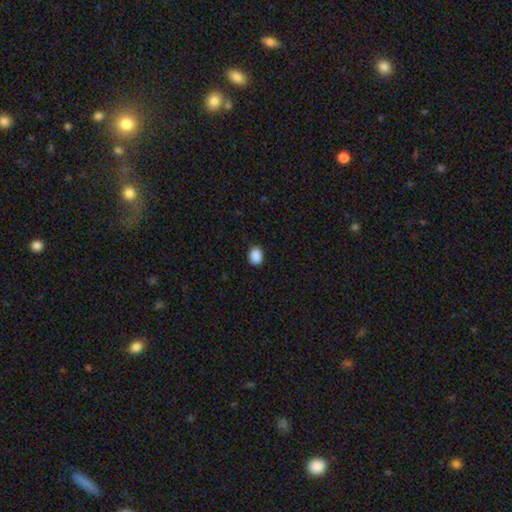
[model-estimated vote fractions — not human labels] smooth-or-featured: smooth: 89% | star or artifact: 9% | featured or disk: 2%
  how-rounded: in between: 51% | round: 48% | cigar-shaped: 1%
  merging: none: 87% | minor disturbance: 10% | major disturbance: 2% | merger: 1%